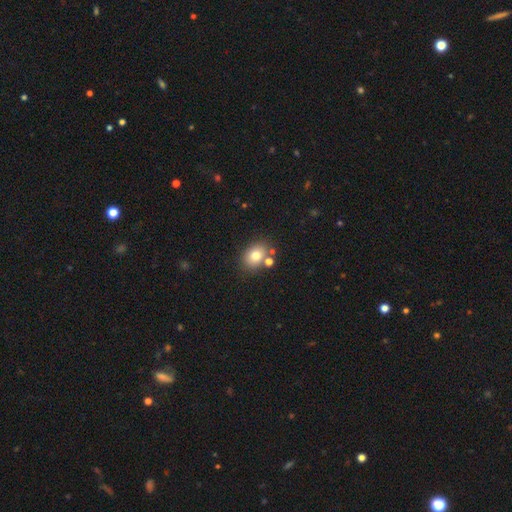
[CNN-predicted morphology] Smooth or featured? smooth (77%)
How rounded? in between (60%)
Merging? none (71%)